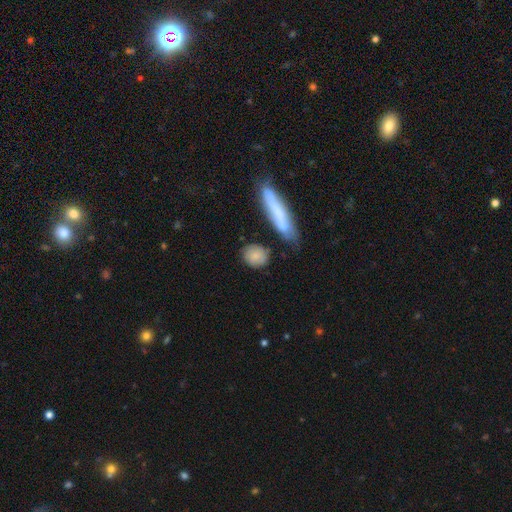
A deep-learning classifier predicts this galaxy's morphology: Overall: smooth (81%). How rounded: round (59%; in between 34%). Merging: none (71%).